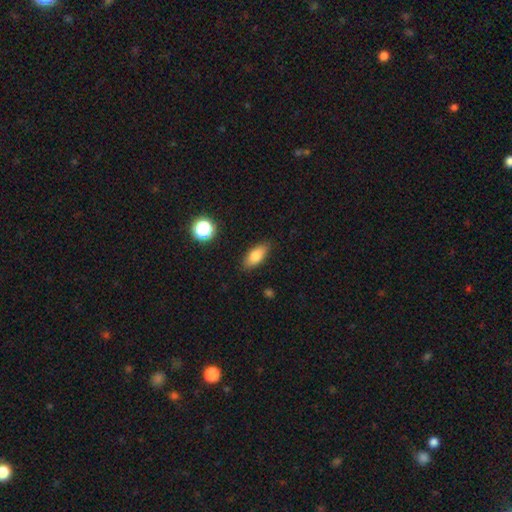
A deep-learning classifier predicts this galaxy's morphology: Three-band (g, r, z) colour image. It shows a smooth galaxy with no disk features (81%) that is in between round and cigar-shaped (83%). Merging: none (85%).